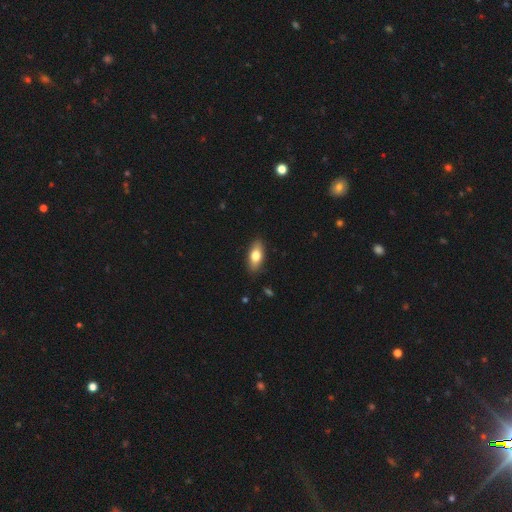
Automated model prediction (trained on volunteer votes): The model was most divided on "smooth or featured": smooth: 75%, featured or disk: 18%, star or artifact: 6%. More confident: merging — none (87%); how rounded — in between (84%).